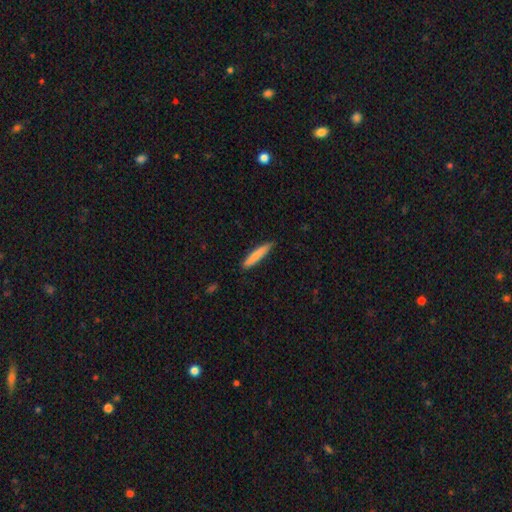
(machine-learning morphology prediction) Smooth or featured? Predicted: smooth (p=0.79). How rounded? Predicted: cigar-shaped (p=0.92). Merging? Predicted: none (p=0.82).